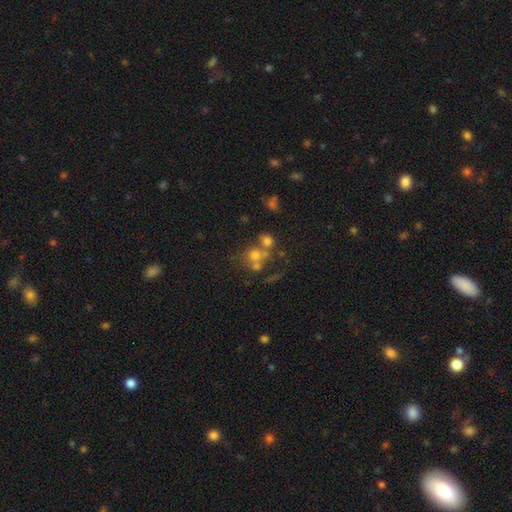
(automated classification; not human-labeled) A smooth galaxy with no disk features (50%) that is round (76%).

Vote fractions:
- Smooth or featured? smooth: 50% / featured or disk: 26% / star or artifact: 23%
- How rounded? round: 76% / in between: 23% / cigar-shaped: 1%
- Merging? merger: 43% / none: 38% / minor disturbance: 10% / major disturbance: 9%